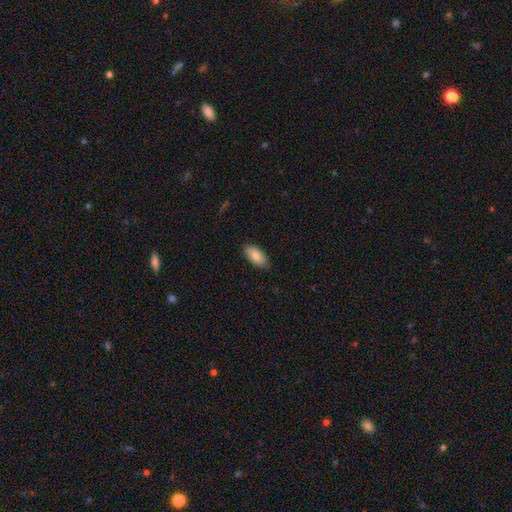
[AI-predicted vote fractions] Smooth or featured: smooth — 88% (featured or disk — 6%)
How rounded: in between — 93% (cigar-shaped — 6%)
Merging: none — 86% (minor disturbance — 11%)